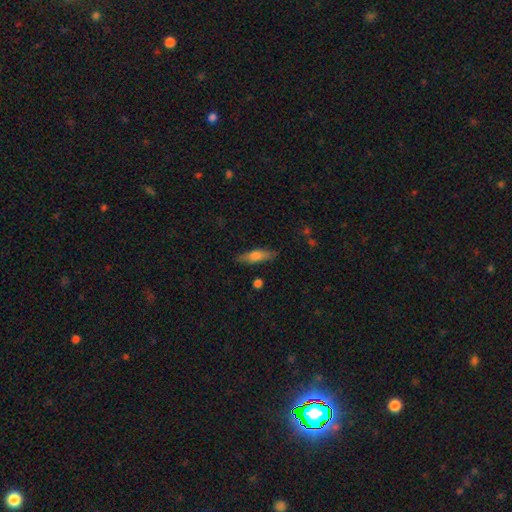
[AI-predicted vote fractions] Smooth or featured?
  - smooth: 59% *
  - featured or disk: 34%
  - star or artifact: 7%
How rounded?
  - cigar-shaped: 63% *
  - in between: 34%
  - round: 3%
Merging?
  - none: 84% *
  - minor disturbance: 11%
  - major disturbance: 3%
  - merger: 2%